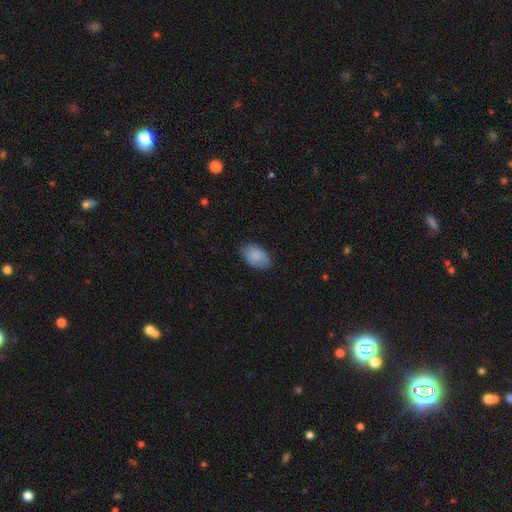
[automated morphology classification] This appears to be a smooth galaxy with no disk features (86%) that is in between round and cigar-shaped (90%). Merging: none (75%).